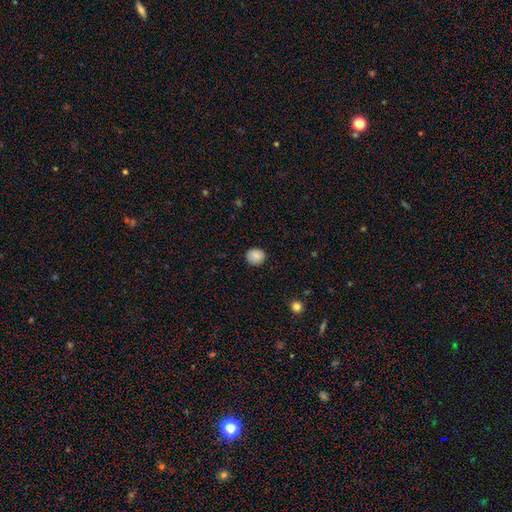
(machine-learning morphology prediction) This appears to be a smooth galaxy with no disk features (87%) that is round (85%). Merging: none (89%).